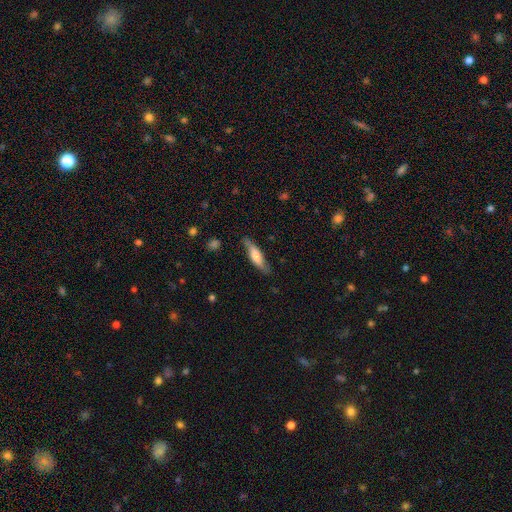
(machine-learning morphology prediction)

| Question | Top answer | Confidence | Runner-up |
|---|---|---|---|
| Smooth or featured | smooth | 57% | featured or disk (37%) |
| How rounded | cigar-shaped | 66% | in between (32%) |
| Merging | none | 76% | minor disturbance (19%) |